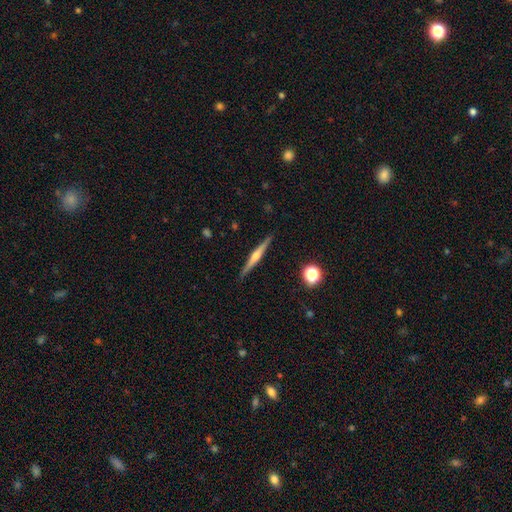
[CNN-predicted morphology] This is likely a featured or disk galaxy (71%). It is clearly viewed edge-on (98%). Edge-on bulge: clearly rounded (86%). Merging: clearly none (90%).